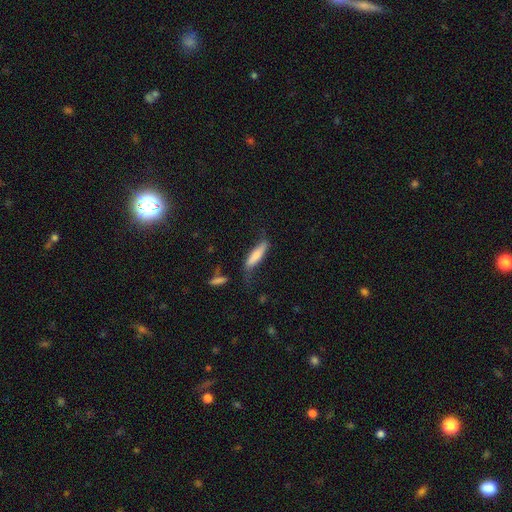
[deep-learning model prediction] Smooth or featured? smooth (68%)
How rounded? cigar-shaped (77%)
Merging? none (47%)